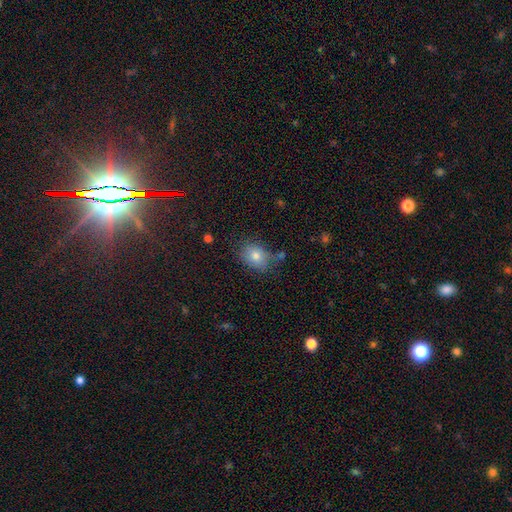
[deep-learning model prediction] smooth 78%, star or artifact 13%, featured or disk 10%. Down the decision tree: how rounded — in between (55%); merging — none (74%).